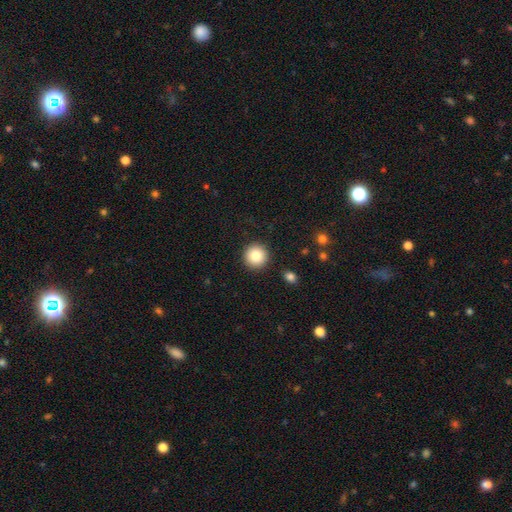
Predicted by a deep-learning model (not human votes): Morphology: type=smooth (85%); roundness=round (95%); merging=none (91%).